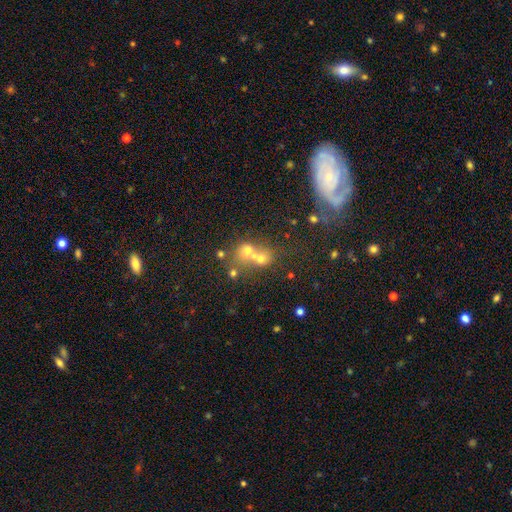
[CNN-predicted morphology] Smooth or featured?
  - smooth: 49% *
  - featured or disk: 29%
  - star or artifact: 22%
Merging?
  - merger: 52% *
  - none: 33%
  - minor disturbance: 8%
  - major disturbance: 6%